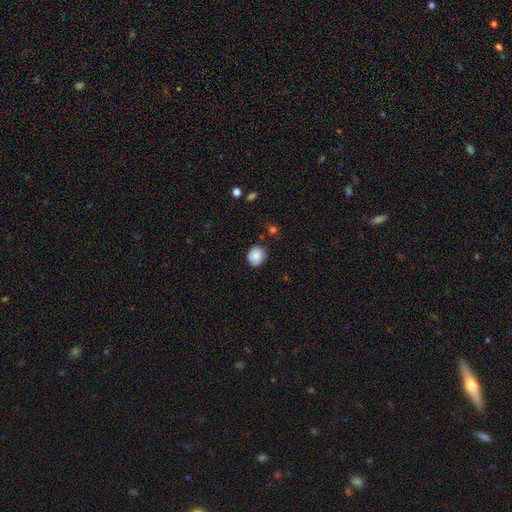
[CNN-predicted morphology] type=smooth (85%); roundness=round (73%); merging=none (77%).